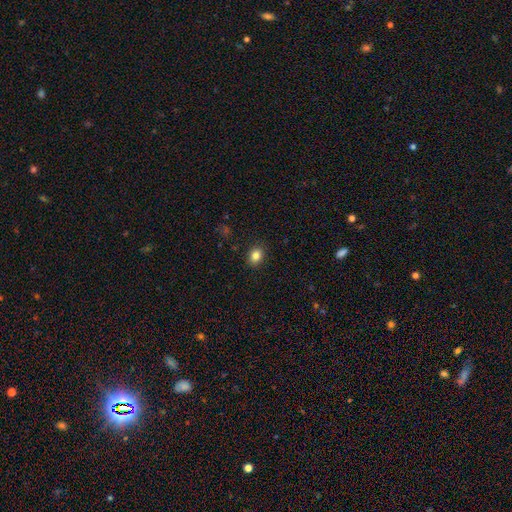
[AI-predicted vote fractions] Smooth or featured? smooth (84%)
How rounded? in between (54%)
Merging? none (89%)